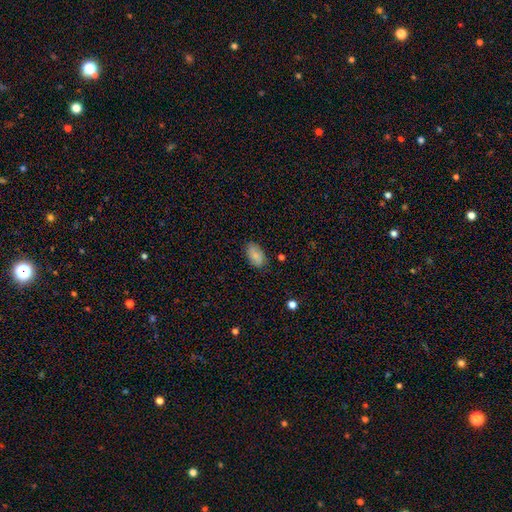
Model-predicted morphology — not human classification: smooth-or-featured: smooth: 81% | featured or disk: 12% | star or artifact: 7%
  how-rounded: in between: 93% | round: 5% | cigar-shaped: 2%
  merging: none: 81% | minor disturbance: 15% | major disturbance: 3% | merger: 1%